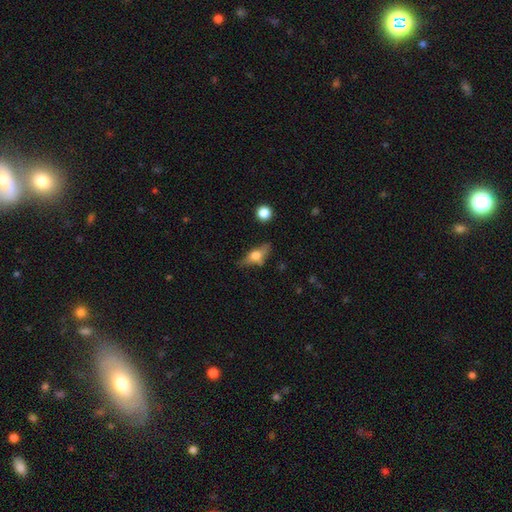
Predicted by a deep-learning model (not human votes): Overall: smooth (47%; featured or disk 44%). Merging: none (62%; minor disturbance 23%).